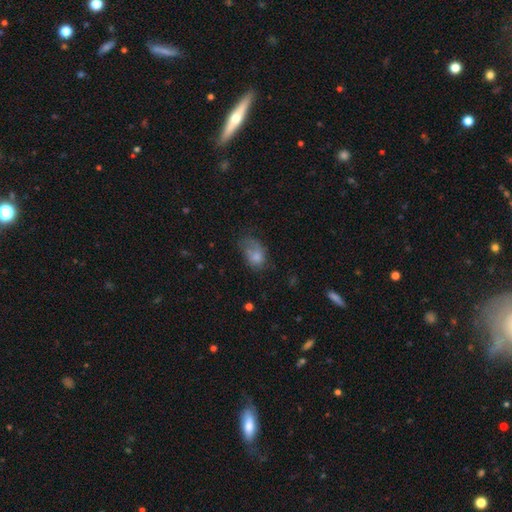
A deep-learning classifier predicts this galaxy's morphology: This appears to be a smooth galaxy with no disk features (69%) that is in between round and cigar-shaped (82%). Merging: major disturbance (36%).